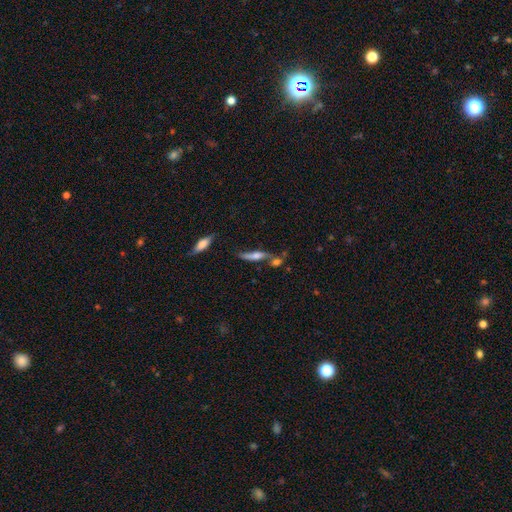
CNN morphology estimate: smooth_or_featured: featured or disk (p=0.53) [alt: smooth p=0.38]
disk_edge_on: yes (p=0.66) [alt: no p=0.34]
merging: none (p=0.45) [alt: merger p=0.30]